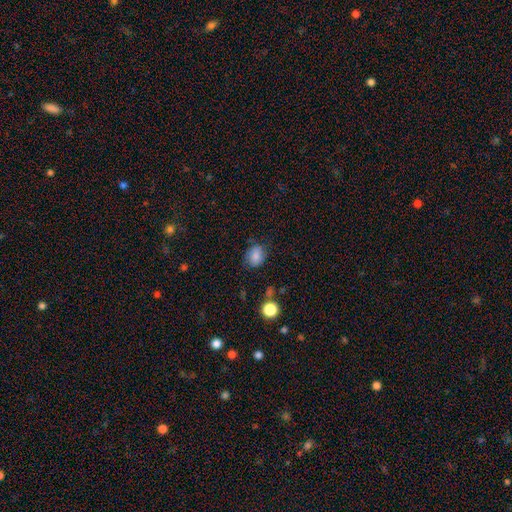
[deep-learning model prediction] Smooth or featured? smooth (76%)
How rounded? in between (60%)
Merging? none (70%)